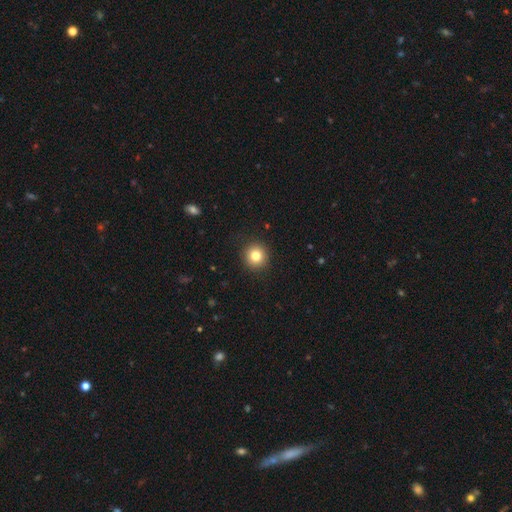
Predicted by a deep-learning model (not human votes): This is clearly a smooth galaxy (81%). How rounded: clearly round (93%). Merging: clearly none (92%).